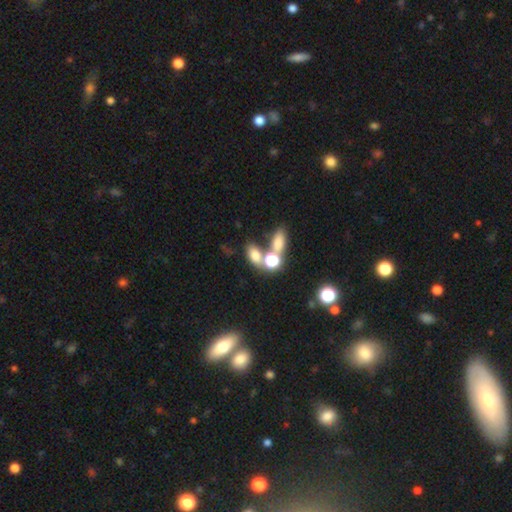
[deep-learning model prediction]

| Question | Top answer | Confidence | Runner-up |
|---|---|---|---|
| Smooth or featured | smooth | 69% | star or artifact (17%) |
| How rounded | in between | 73% | round (23%) |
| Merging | merger | 43% | none (42%) |